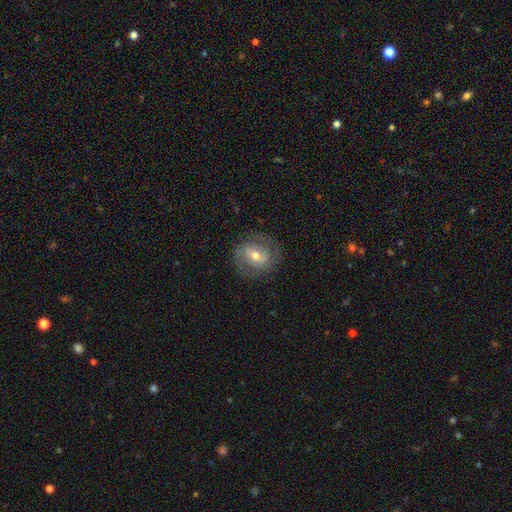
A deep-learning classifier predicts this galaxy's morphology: smooth-or-featured: featured or disk: 68% | smooth: 25% | star or artifact: 7%
  disk-edge-on: no: 96% | yes: 4%
    bar: weak: 46% | no: 28% | strong: 26%
    has-spiral-arms: yes: 76% | no: 24%
    bulge-size: moderate: 66% | small: 28% | large: 4% | none: 1% | dominant: 1%
  merging: none: 79% | minor disturbance: 13% | major disturbance: 7% | merger: 1%